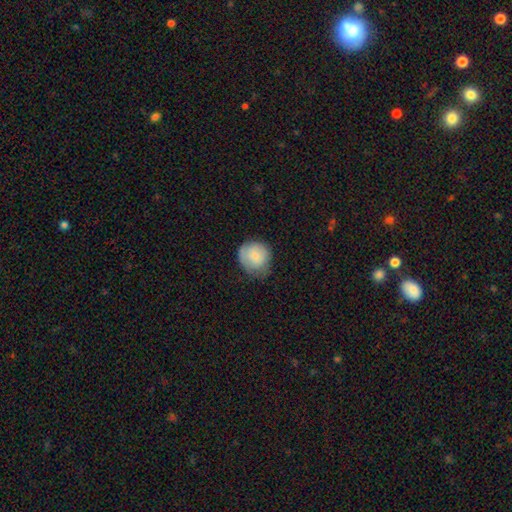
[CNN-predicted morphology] This appears to be a smooth galaxy with no disk features (80%) that is round (82%). Merging: none (54%).